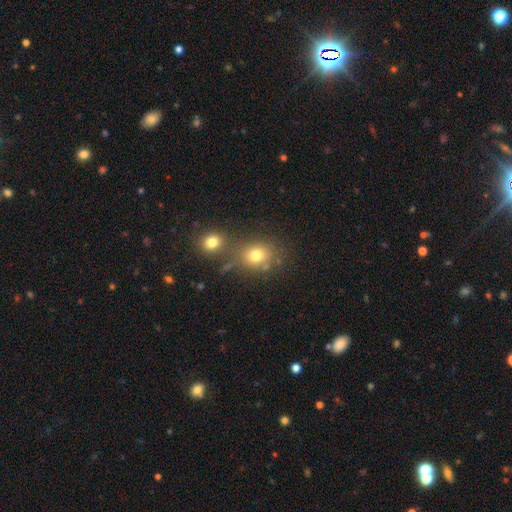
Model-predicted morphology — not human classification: smooth-or-featured: smooth: 75% | star or artifact: 15% | featured or disk: 10%
  how-rounded: round: 71% | in between: 28% | cigar-shaped: 1%
  merging: none: 59% | merger: 25% | minor disturbance: 11% | major disturbance: 5%